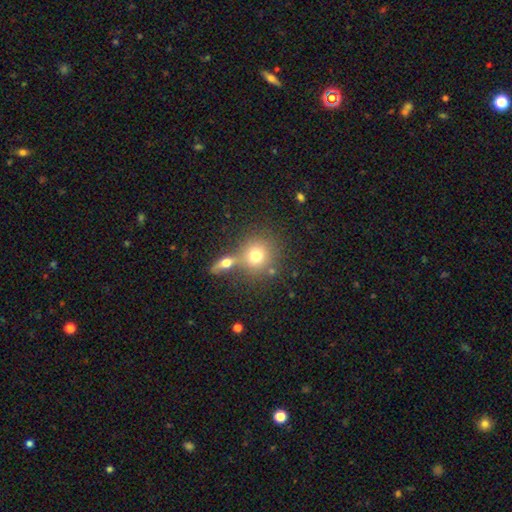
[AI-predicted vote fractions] Smooth or featured?
  - smooth: 72% *
  - featured or disk: 16%
  - star or artifact: 12%
How rounded?
  - round: 87% *
  - in between: 12%
  - cigar-shaped: 1%
Merging?
  - none: 56% *
  - merger: 32%
  - minor disturbance: 9%
  - major disturbance: 4%